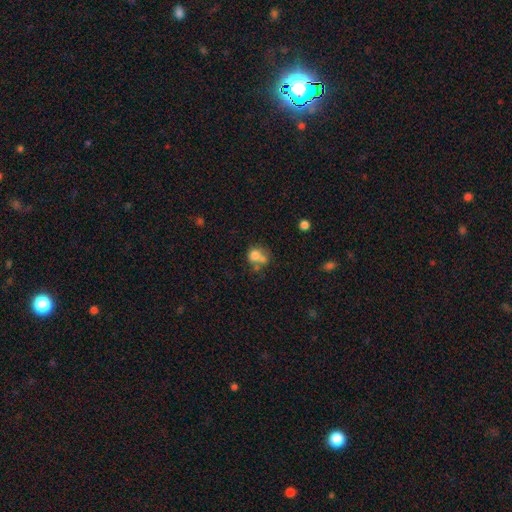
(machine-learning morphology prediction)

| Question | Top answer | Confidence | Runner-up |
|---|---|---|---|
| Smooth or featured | smooth | 72% | featured or disk (16%) |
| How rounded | round | 73% | in between (26%) |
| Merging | merger | 45% | none (35%) |